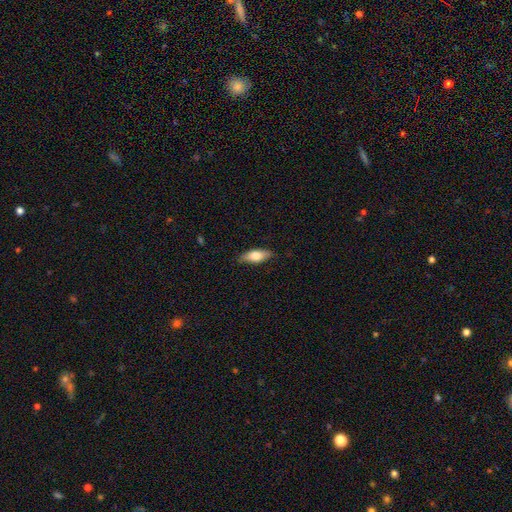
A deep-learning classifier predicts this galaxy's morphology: type=smooth (69%); roundness=in between (73%); merging=none (81%).